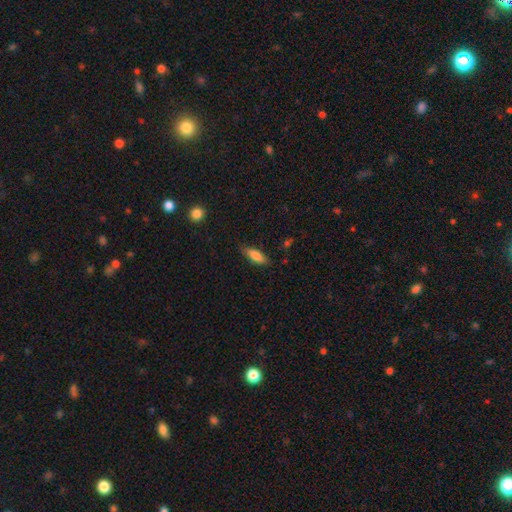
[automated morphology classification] The model was most divided on "how rounded": in between: 59%, cigar-shaped: 39%, round: 2%. More confident: smooth or featured — smooth (80%); merging — none (78%).